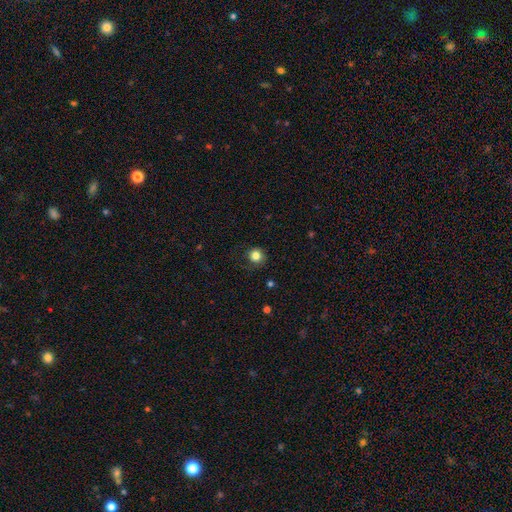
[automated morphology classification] smooth-or-featured: smooth: 83% | star or artifact: 11% | featured or disk: 6%
  how-rounded: round: 91% | in between: 8% | cigar-shaped: 1%
  merging: none: 78% | minor disturbance: 15% | major disturbance: 6% | merger: 1%